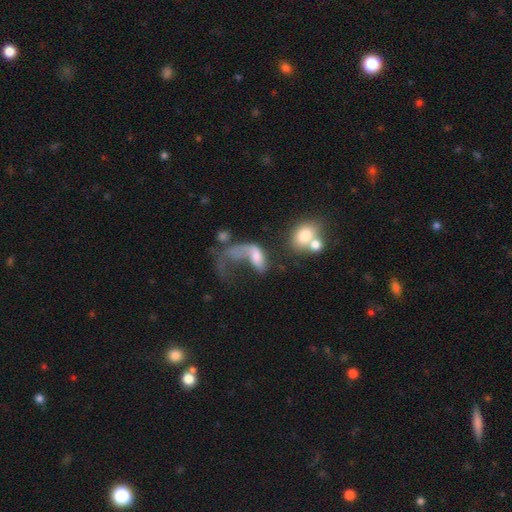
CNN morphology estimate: This is possibly a smooth galaxy (48%). Merging: marginally major disturbance (44%).